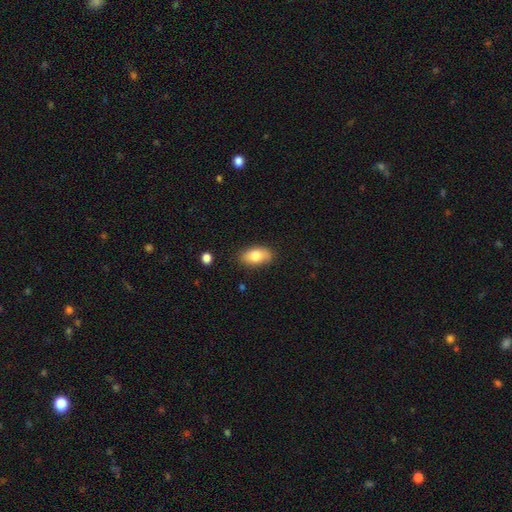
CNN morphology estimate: Smooth or featured: smooth — 80% (featured or disk — 13%)
How rounded: in between — 91% (round — 5%)
Merging: none — 83% (minor disturbance — 13%)